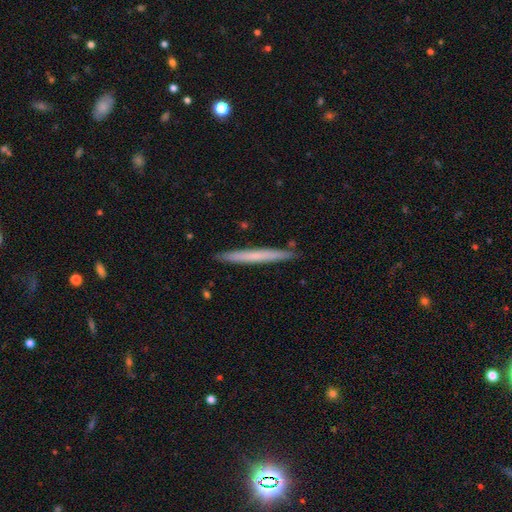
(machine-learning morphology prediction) Overall: smooth (55%; featured or disk 39%). How rounded: cigar-shaped (97%). Merging: none (90%).